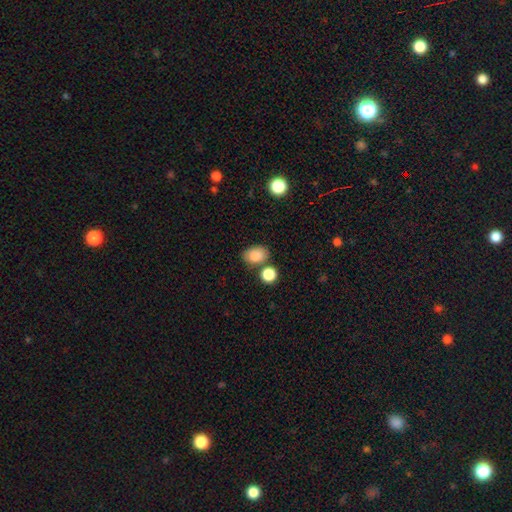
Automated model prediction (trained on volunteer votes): smooth-or-featured: smooth: 86% | star or artifact: 9% | featured or disk: 6%
  how-rounded: in between: 77% | round: 22% | cigar-shaped: 1%
  merging: none: 70% | minor disturbance: 14% | merger: 12% | major disturbance: 4%